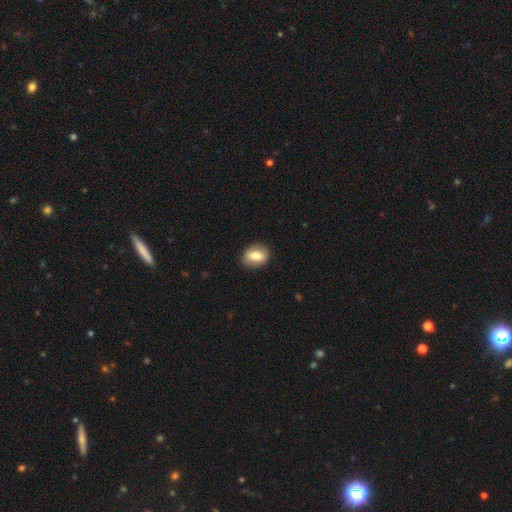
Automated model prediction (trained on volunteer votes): Smooth or featured? Predicted: smooth (p=0.72). How rounded? Predicted: in between (p=0.65). Merging? Predicted: none (p=0.86).